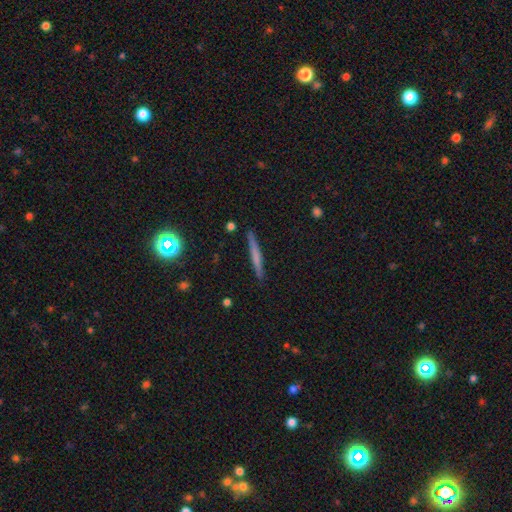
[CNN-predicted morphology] Smooth or featured? Predicted: smooth (p=0.50). Merging? Predicted: none (p=0.90).